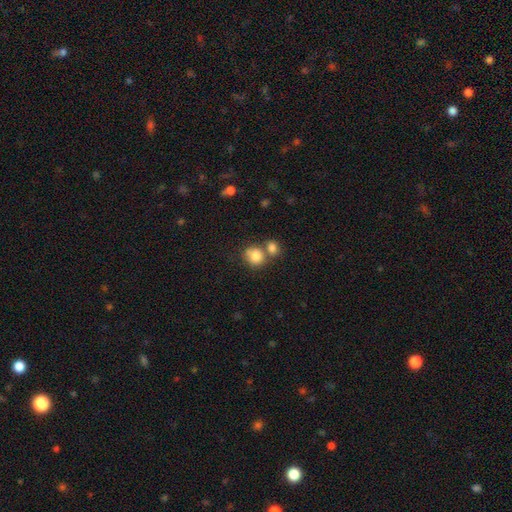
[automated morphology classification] Smooth or featured? Predicted: smooth (p=0.83). How rounded? Predicted: round (p=0.74). Merging? Predicted: none (p=0.44).